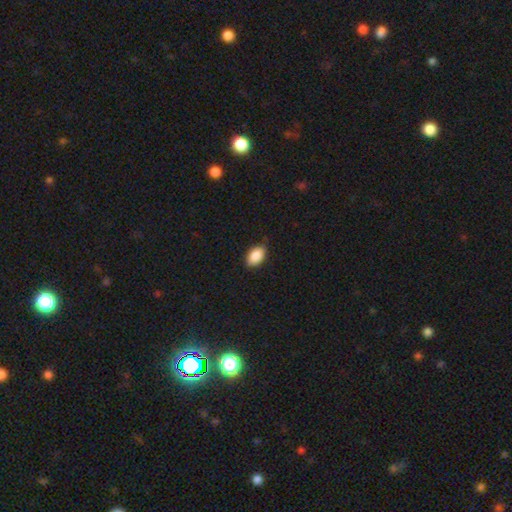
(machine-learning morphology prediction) Smooth or featured?
  - smooth: 89% *
  - star or artifact: 7%
  - featured or disk: 4%
How rounded?
  - in between: 90% *
  - round: 8%
  - cigar-shaped: 2%
Merging?
  - none: 84% *
  - minor disturbance: 12%
  - major disturbance: 2%
  - merger: 1%